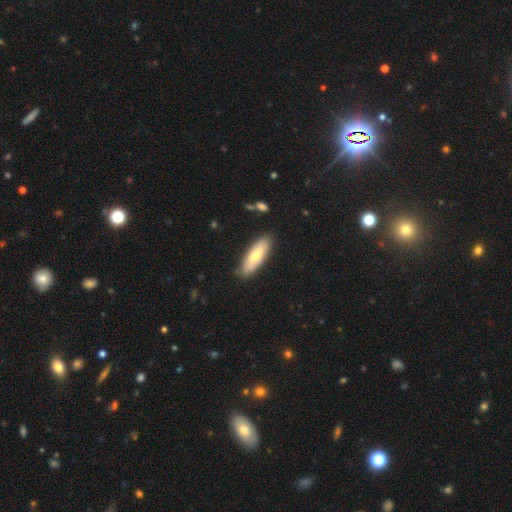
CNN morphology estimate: type=smooth (67%); roundness=in between (62%); merging=none (87%).